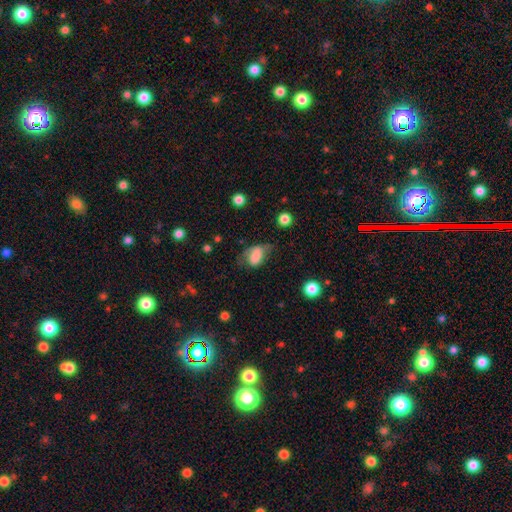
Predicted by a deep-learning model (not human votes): This is likely a smooth galaxy (69%). How rounded: clearly in between (85%). Merging: marginally minor disturbance (33%).